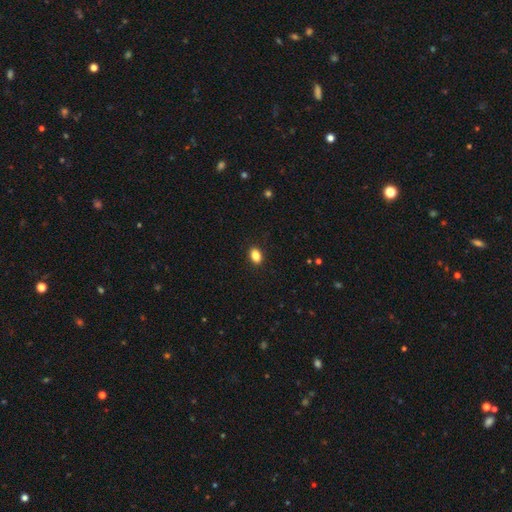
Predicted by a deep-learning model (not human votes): A smooth galaxy with no disk features (86%) that is in between round and cigar-shaped (77%).

Vote fractions:
- Smooth or featured? smooth: 86% / star or artifact: 9% / featured or disk: 5%
- How rounded? in between: 77% / round: 22% / cigar-shaped: 1%
- Merging? none: 90% / minor disturbance: 7% / major disturbance: 2% / merger: 1%